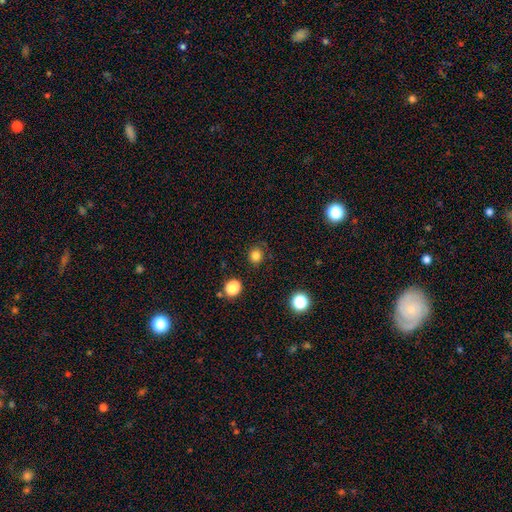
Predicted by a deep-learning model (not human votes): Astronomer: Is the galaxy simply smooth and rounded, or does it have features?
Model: smooth — 81%.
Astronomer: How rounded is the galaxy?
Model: round — 86%.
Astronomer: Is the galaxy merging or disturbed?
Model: none — 87%.